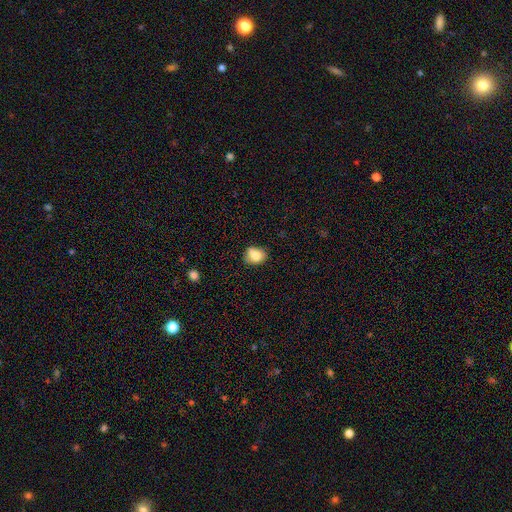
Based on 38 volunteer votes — A smooth galaxy with no disk features (84%) that is round (59%). Merging: none (71%).